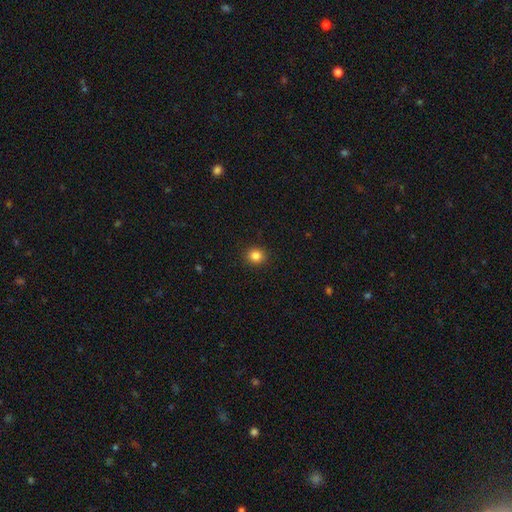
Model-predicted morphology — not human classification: Smooth or featured?
  - smooth: 84% *
  - star or artifact: 11%
  - featured or disk: 4%
How rounded?
  - round: 86% *
  - in between: 13%
  - cigar-shaped: 1%
Merging?
  - none: 92% *
  - minor disturbance: 5%
  - major disturbance: 2%
  - merger: 1%